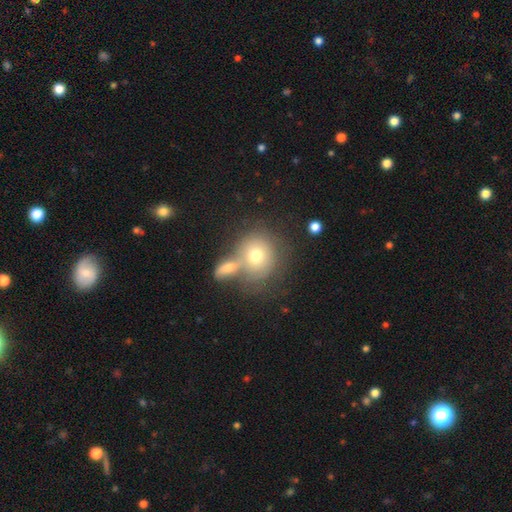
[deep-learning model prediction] The model was most divided on "merging" (2-way tie): merger: 41%, none: 41%, minor disturbance: 11%, major disturbance: 7%. More confident: how rounded — round (83%); smooth or featured — smooth (68%).